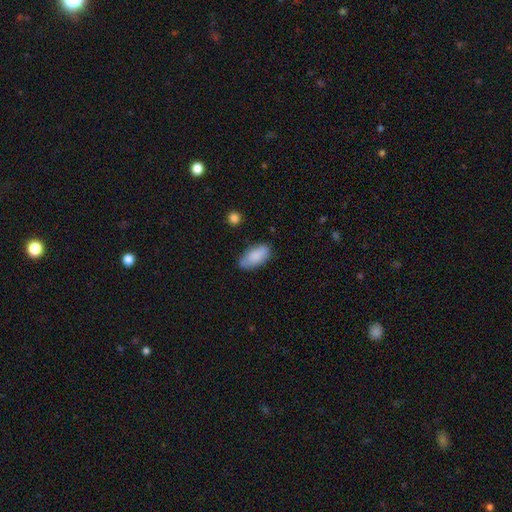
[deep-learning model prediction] The model was most divided on "merging": none: 73%, minor disturbance: 20%, major disturbance: 4%, merger: 3%. More confident: how rounded — in between (91%); smooth or featured — smooth (84%).